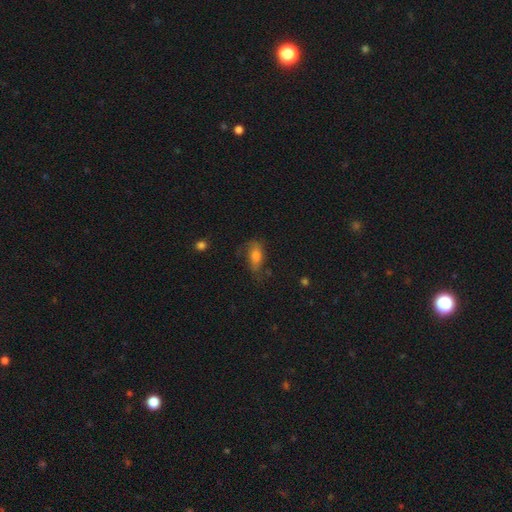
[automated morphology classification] A smooth galaxy with no disk features (64%) that is in between round and cigar-shaped (82%). Merging: none (51%).